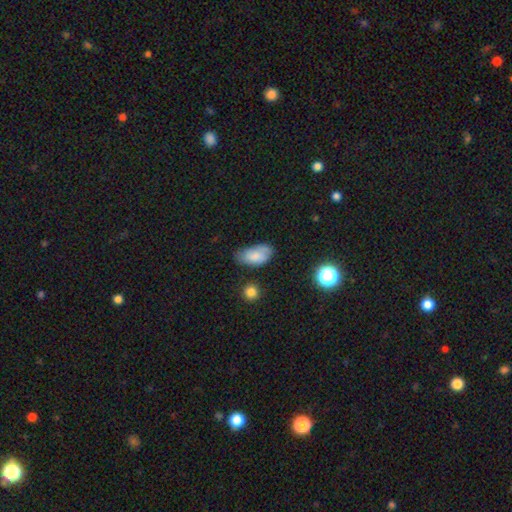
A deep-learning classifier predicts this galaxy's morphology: smooth_or_featured: smooth (p=0.73) [alt: featured or disk p=0.18]
how_rounded: in between (p=0.93) [alt: round p=0.04]
merging: none (p=0.61) [alt: minor disturbance p=0.29]